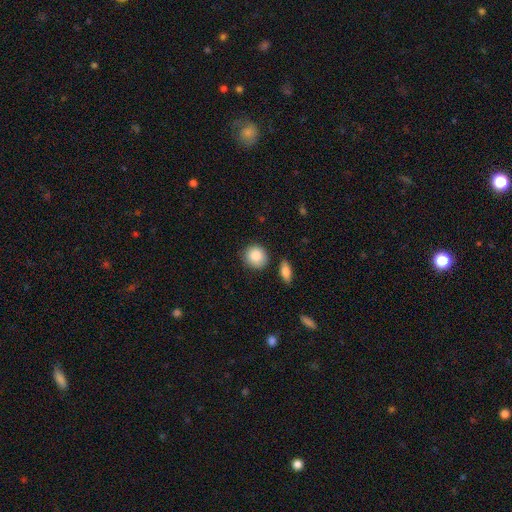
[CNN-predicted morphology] smooth 88%, star or artifact 7%, featured or disk 6%. Down the decision tree: how rounded — round (86%); merging — none (81%).